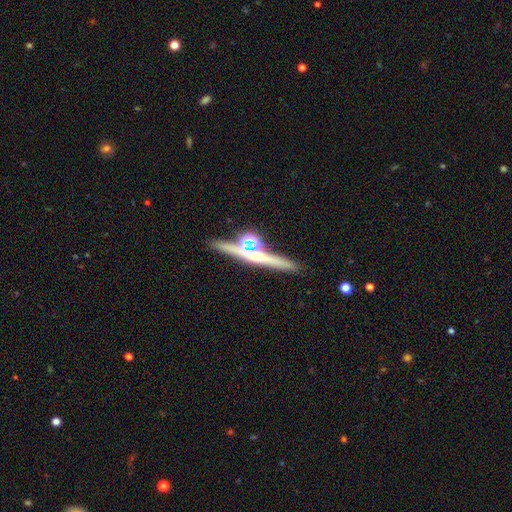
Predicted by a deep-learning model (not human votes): Smooth or featured? Predicted: featured or disk (p=0.55). Edge-on disk? Predicted: yes (p=0.89). Merging? Predicted: none (p=0.70).